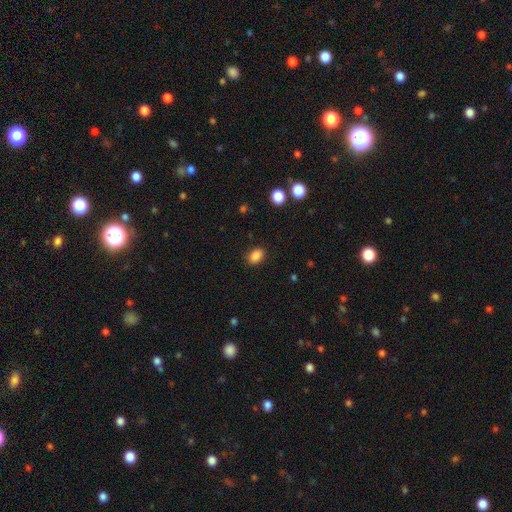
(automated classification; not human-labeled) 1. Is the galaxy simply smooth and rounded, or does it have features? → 87% smooth, 9% star or artifact, 3% featured or disk.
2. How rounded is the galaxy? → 77% in between, 22% round, 1% cigar-shaped.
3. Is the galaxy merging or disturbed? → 87% none, 9% minor disturbance, 3% major disturbance, 1% merger.